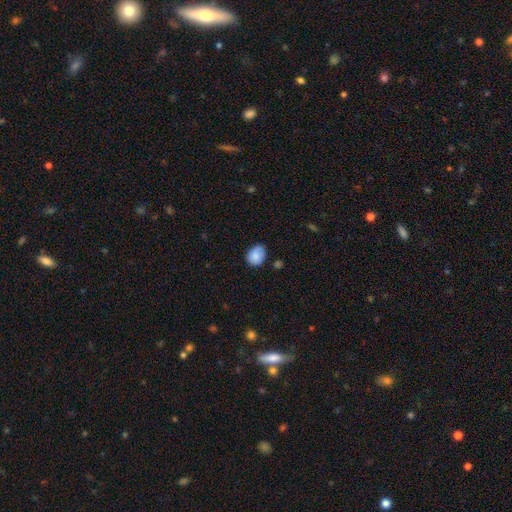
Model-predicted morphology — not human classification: Smooth or featured? smooth (84%)
How rounded? in between (57%)
Merging? none (68%)